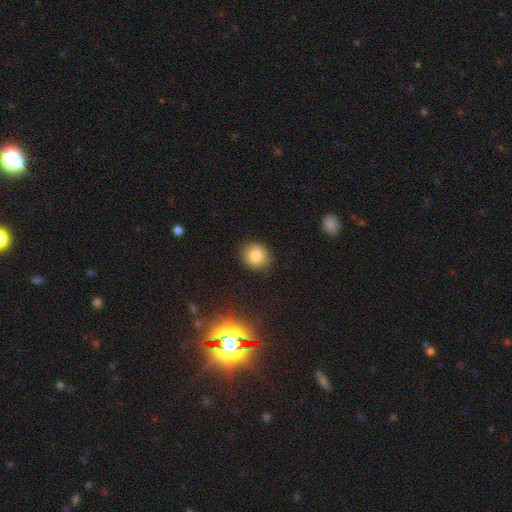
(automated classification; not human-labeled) smooth_or_featured: smooth (p=0.82) [alt: star or artifact p=0.11]
how_rounded: round (p=0.80) [alt: in between p=0.19]
merging: none (p=0.89) [alt: minor disturbance p=0.08]